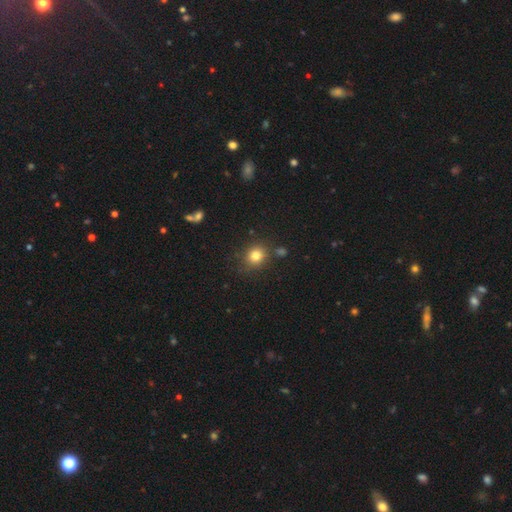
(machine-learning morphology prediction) smooth_or_featured: smooth (p=0.82) [alt: star or artifact p=0.12]
how_rounded: round (p=0.75) [alt: in between p=0.24]
merging: none (p=0.79) [alt: minor disturbance p=0.11]